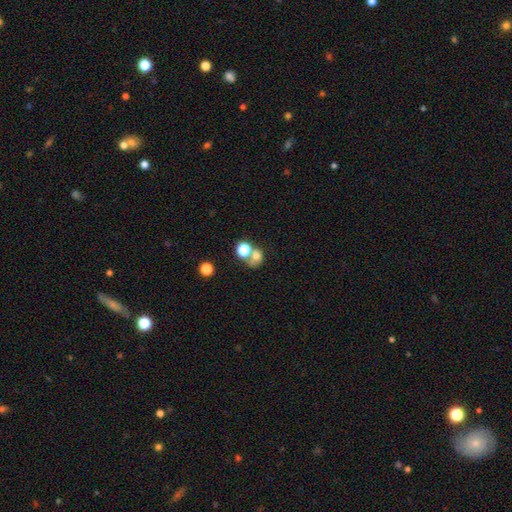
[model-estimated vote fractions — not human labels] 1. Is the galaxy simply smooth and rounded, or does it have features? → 66% smooth, 18% star or artifact, 16% featured or disk.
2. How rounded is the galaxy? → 67% round, 32% in between, 1% cigar-shaped.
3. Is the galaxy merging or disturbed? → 50% merger, 34% none, 9% minor disturbance, 8% major disturbance.